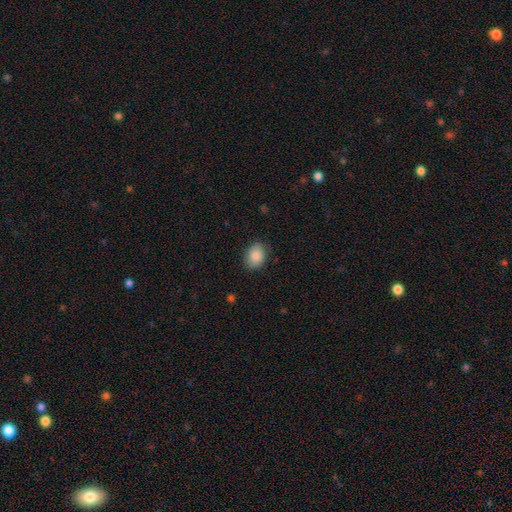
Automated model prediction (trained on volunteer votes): Morphology: type=smooth (88%); roundness=in between (69%); merging=none (84%).